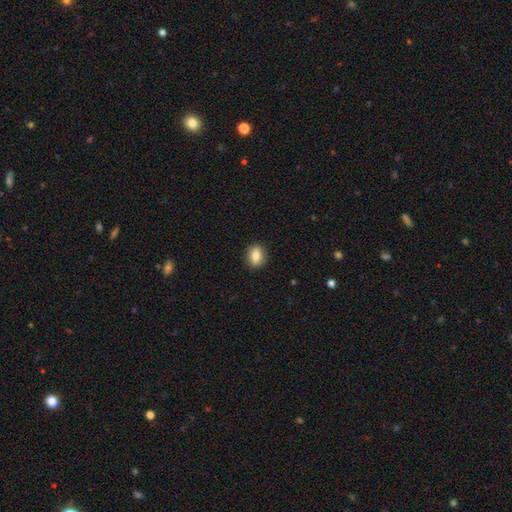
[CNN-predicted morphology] Smooth or featured: smooth — 78% (featured or disk — 14%)
How rounded: round — 51% (in between — 48%)
Merging: none — 89% (minor disturbance — 8%)